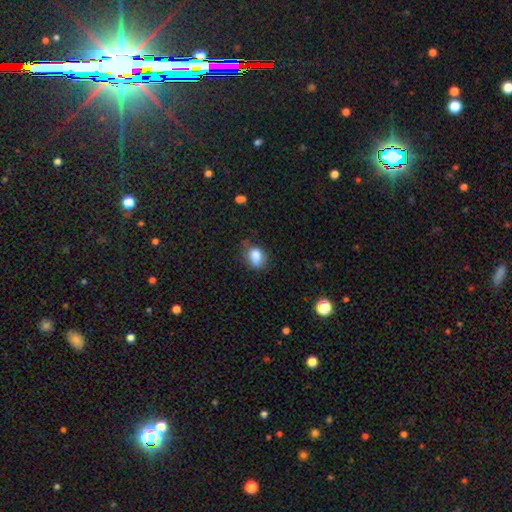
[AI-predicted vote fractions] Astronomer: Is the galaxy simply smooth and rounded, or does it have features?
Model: smooth — 84%.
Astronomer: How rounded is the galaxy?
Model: in between — 63%.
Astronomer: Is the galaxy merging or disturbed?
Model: none — 58%.